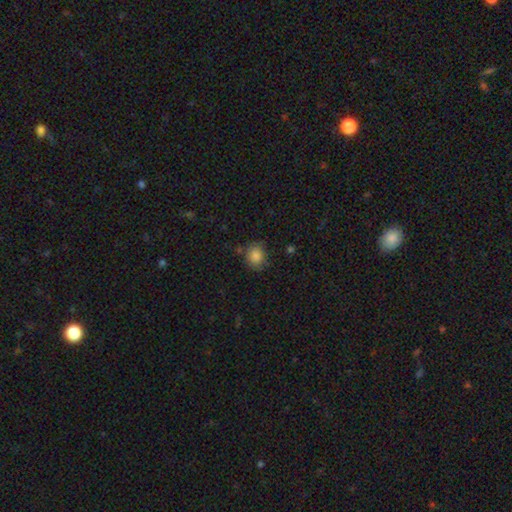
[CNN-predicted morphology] Overall: smooth (86%). How rounded: round (72%). Merging: none (75%).